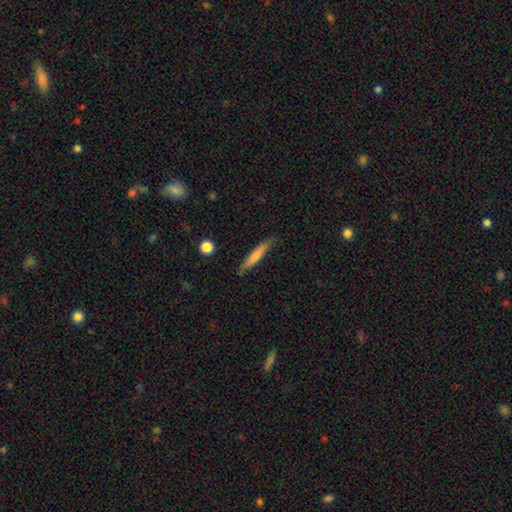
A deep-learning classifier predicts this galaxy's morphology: This is likely a smooth galaxy (65%). How rounded: clearly cigar-shaped (93%). Merging: clearly none (83%).